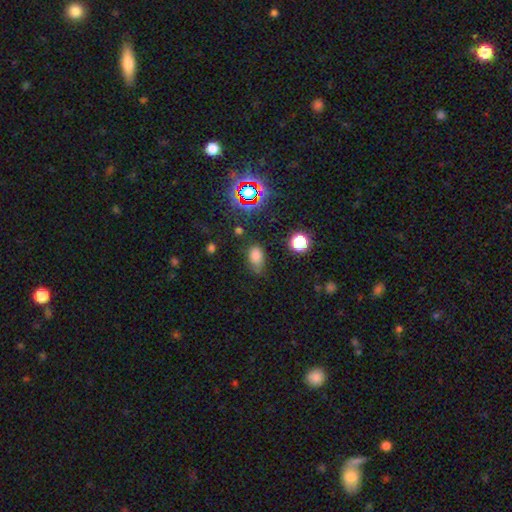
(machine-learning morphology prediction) Q: Smooth or featured?
A: smooth (74%); runner-up: star or artifact (18%)
Q: How rounded?
A: in between (84%); runner-up: round (14%)
Q: Merging?
A: none (60%); runner-up: minor disturbance (28%)